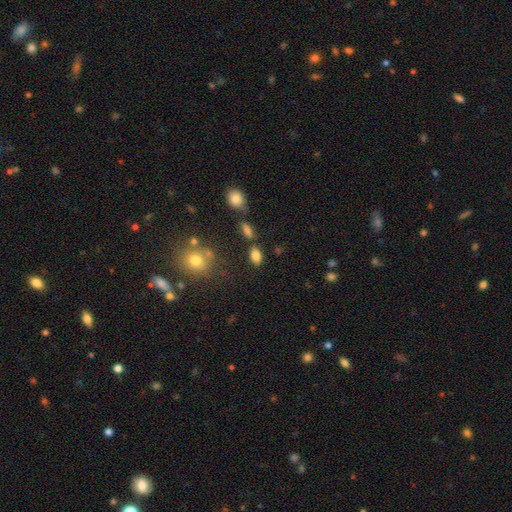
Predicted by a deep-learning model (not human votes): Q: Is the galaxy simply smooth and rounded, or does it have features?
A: smooth — 83%.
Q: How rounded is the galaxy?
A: in between — 86%.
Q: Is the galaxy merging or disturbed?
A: none — 78%.